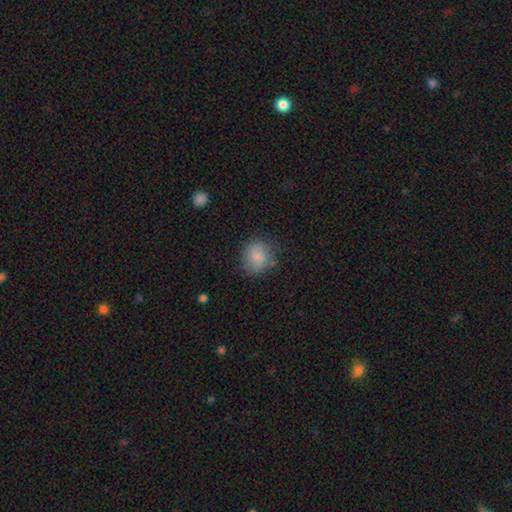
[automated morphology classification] Overall: smooth (76%). How rounded: round (79%). Merging: none (80%).